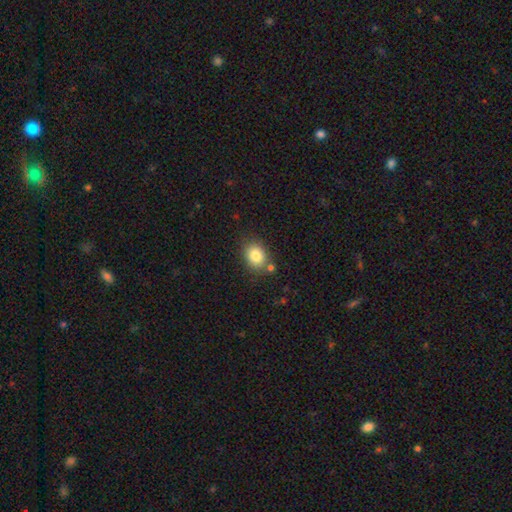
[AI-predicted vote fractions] Q: Smooth or featured?
A: smooth (83%); runner-up: star or artifact (10%)
Q: How rounded?
A: round (50%); runner-up: in between (49%)
Q: Merging?
A: none (77%); runner-up: minor disturbance (12%)